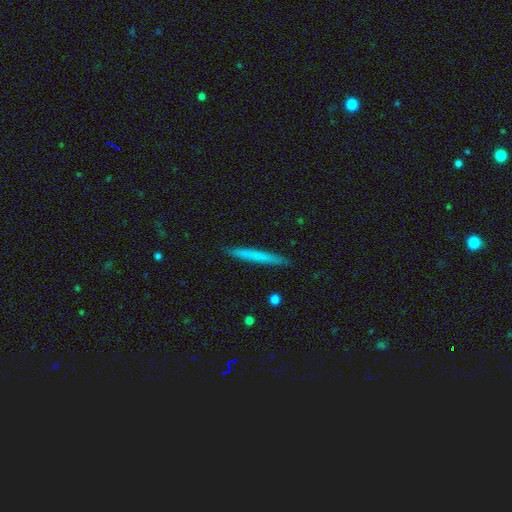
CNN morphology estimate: This is likely a smooth galaxy (64%). How rounded: clearly cigar-shaped (97%). Merging: clearly none (91%).